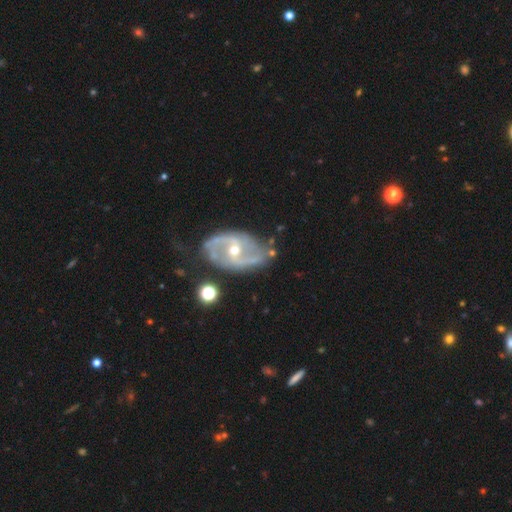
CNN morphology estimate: smooth_or_featured: featured or disk (p=0.88) [alt: smooth p=0.06]
disk_edge_on: no (p=0.97) [alt: yes p=0.03]
bar: weak (p=0.39) [alt: no p=0.36]
has_spiral_arms: yes (p=0.95) [alt: no p=0.05]
spiral_winding: medium (p=0.48) [alt: loose p=0.35]
spiral_arm_count: 2 (p=0.90) [alt: can't tell p=0.04]
bulge_size: small (p=0.50) [alt: moderate p=0.47]
merging: none (p=0.70) [alt: minor disturbance p=0.19]